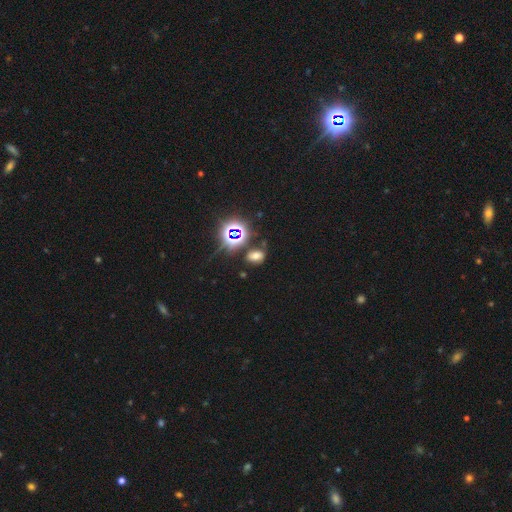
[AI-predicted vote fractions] smooth-or-featured: smooth: 55% | star or artifact: 35% | featured or disk: 10%
  how-rounded: in between: 79% | round: 19% | cigar-shaped: 2%
  merging: none: 73% | minor disturbance: 15% | merger: 7% | major disturbance: 5%